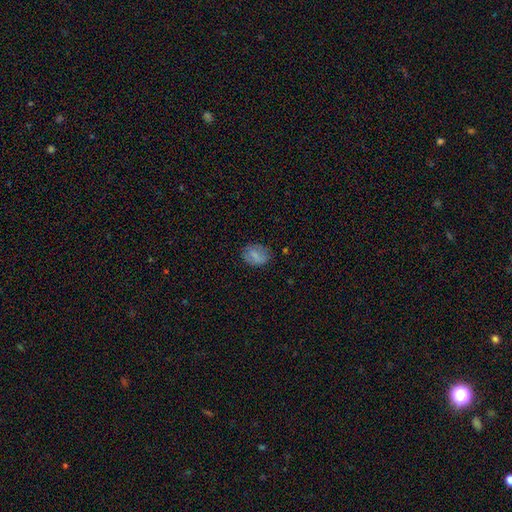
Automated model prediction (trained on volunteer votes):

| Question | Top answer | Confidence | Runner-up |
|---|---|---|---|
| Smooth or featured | smooth | 73% | featured or disk (18%) |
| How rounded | in between | 70% | round (29%) |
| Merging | none | 71% | minor disturbance (21%) |